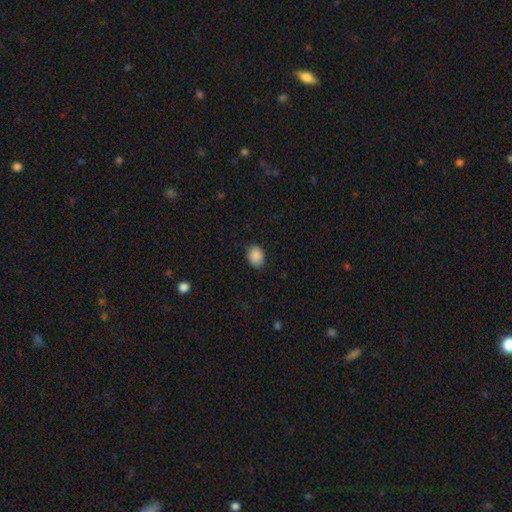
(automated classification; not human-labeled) Overall: smooth (89%). How rounded: in between (61%; round 38%). Merging: none (85%).